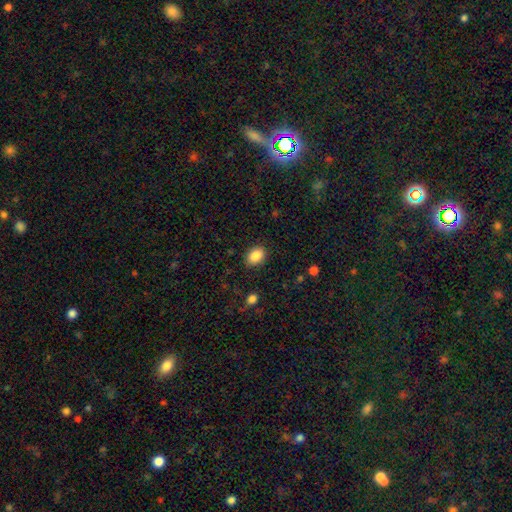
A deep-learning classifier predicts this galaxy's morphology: A smooth galaxy with no disk features (87%) that is in between round and cigar-shaped (72%). Merging: none (86%).